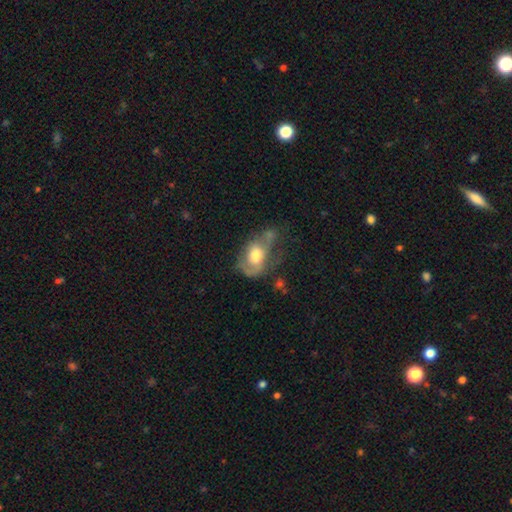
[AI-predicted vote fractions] This is possibly a smooth galaxy (51%). How rounded: clearly in between (80%). Merging: marginally major disturbance (36%).